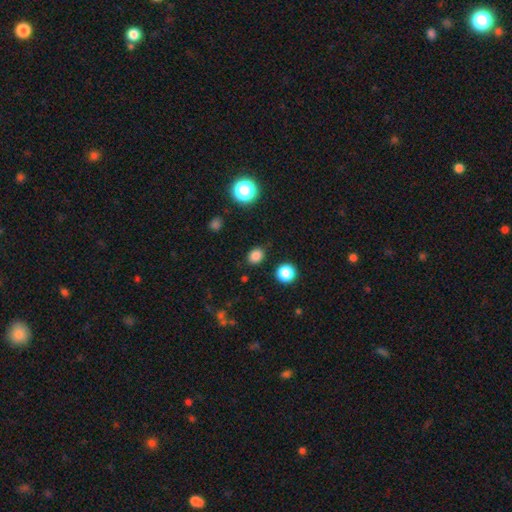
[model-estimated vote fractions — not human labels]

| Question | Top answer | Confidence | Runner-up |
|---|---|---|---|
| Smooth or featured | smooth | 82% | star or artifact (14%) |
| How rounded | round | 59% | in between (40%) |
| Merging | none | 87% | minor disturbance (8%) |